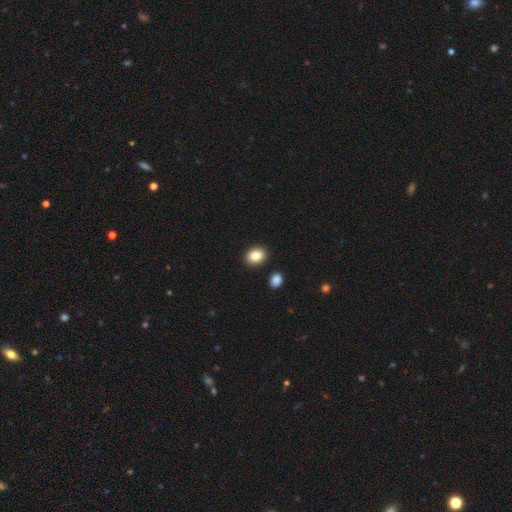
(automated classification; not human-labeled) This is clearly a smooth galaxy (86%). How rounded: likely in between (62%). Merging: clearly none (88%).